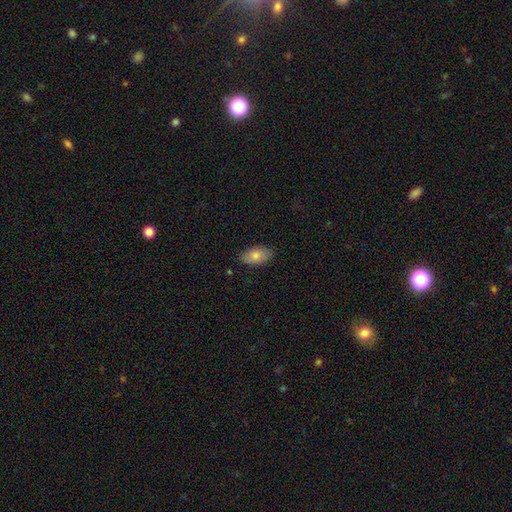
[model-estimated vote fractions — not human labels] A smooth galaxy with no disk features (83%) that is in between round and cigar-shaped (94%).

Vote fractions:
- Smooth or featured? smooth: 83% / featured or disk: 11% / star or artifact: 7%
- How rounded? in between: 94% / round: 4% / cigar-shaped: 3%
- Merging? none: 84% / minor disturbance: 13% / major disturbance: 2% / merger: 1%